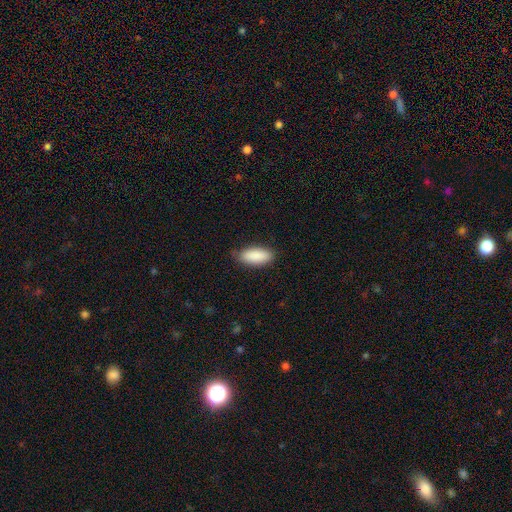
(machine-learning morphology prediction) Smooth or featured: smooth — 89% (star or artifact — 6%)
How rounded: in between — 82% (cigar-shaped — 16%)
Merging: none — 83% (minor disturbance — 14%)